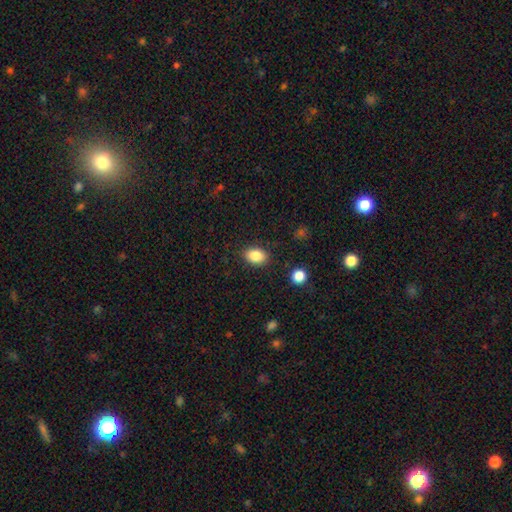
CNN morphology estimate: Overall: smooth (86%). How rounded: in between (76%). Merging: none (86%).